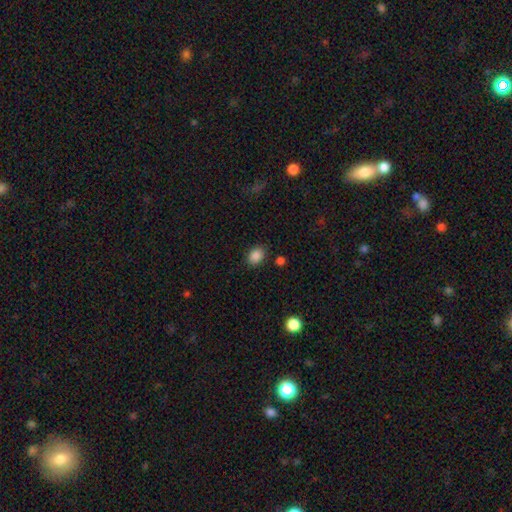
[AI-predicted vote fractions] Smooth or featured? Predicted: smooth (p=0.87). How rounded? Predicted: in between (p=0.63). Merging? Predicted: none (p=0.84).